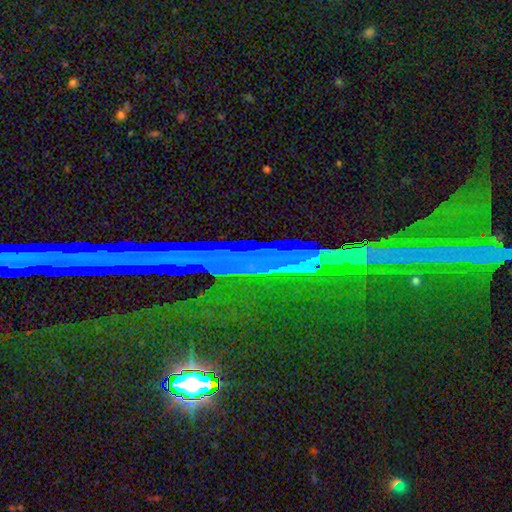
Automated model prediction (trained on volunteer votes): The model was most divided on "smooth or featured": star or artifact: 84%, featured or disk: 9%, smooth: 7%.